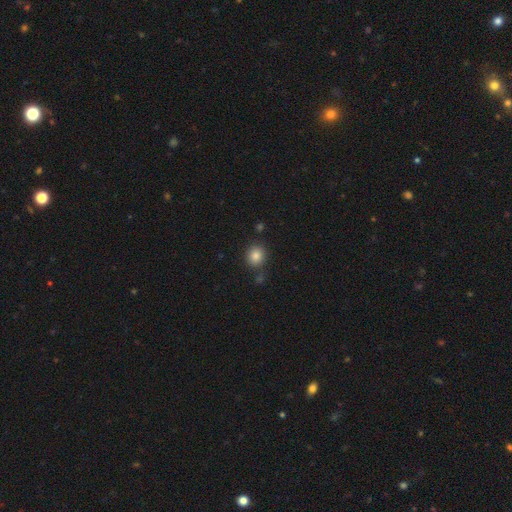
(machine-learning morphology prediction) The model was most divided on "how rounded": round: 80%, in between: 19%, cigar-shaped: 1%. More confident: smooth or featured — smooth (85%); merging — none (81%).